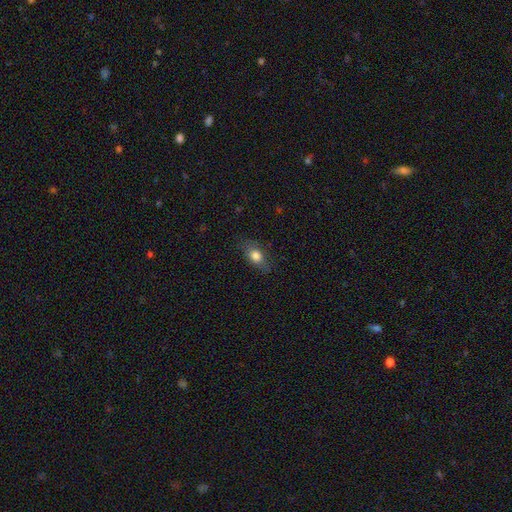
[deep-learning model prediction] Morphology: type=smooth (77%); roundness=in between (80%); merging=none (77%).